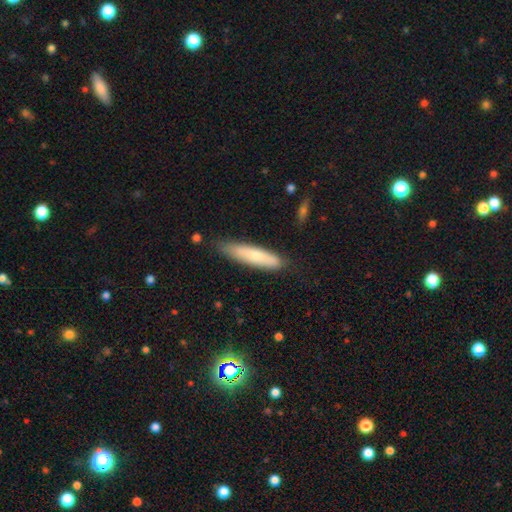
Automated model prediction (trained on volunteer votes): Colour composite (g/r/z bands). It shows a smooth galaxy with no disk features (75%) that is cigar-shaped (83%). Merging: none (78%).